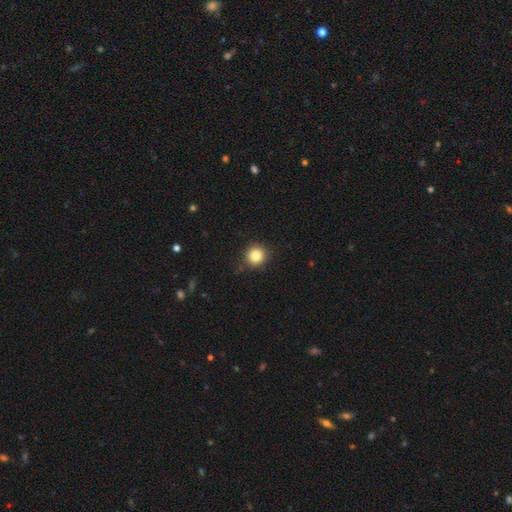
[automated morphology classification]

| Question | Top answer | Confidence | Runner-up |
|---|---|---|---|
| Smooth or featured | smooth | 83% | star or artifact (11%) |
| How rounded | round | 94% | in between (5%) |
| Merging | none | 89% | minor disturbance (7%) |